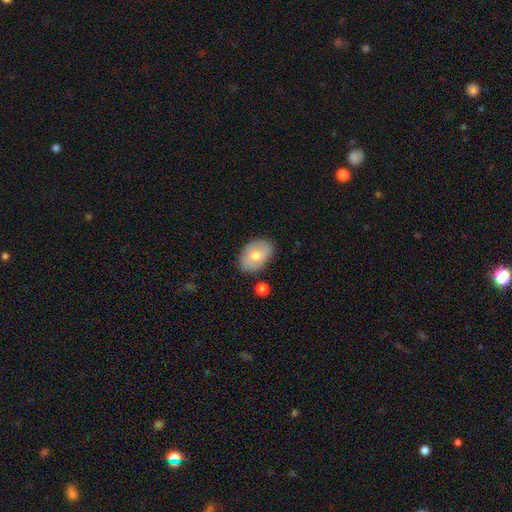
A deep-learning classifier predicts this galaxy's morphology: smooth 72%, featured or disk 22%, star or artifact 6%. Down the decision tree: how rounded — in between (88%); merging — none (78%).